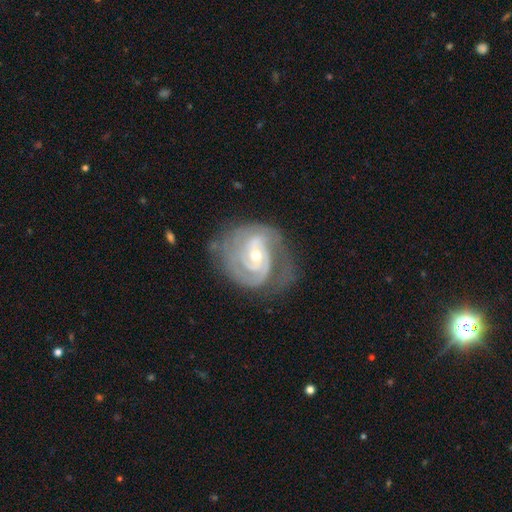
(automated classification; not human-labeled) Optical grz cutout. It shows a featured or disk galaxy (90%) with a weak bar (43%), 2 (53%) tight (62%) spiral arms (97%) and a small central bulge (53%). Merging: none (60%).